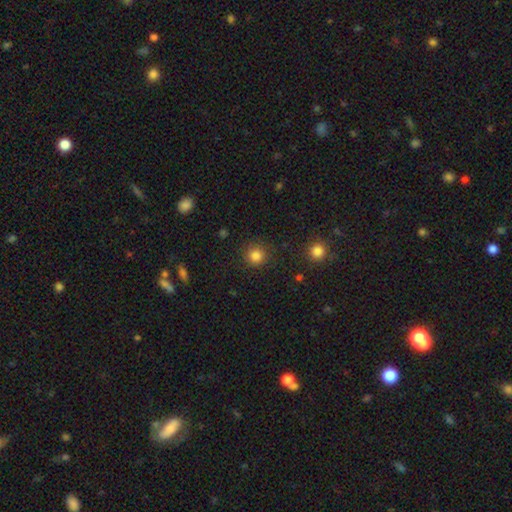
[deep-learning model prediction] A smooth galaxy with no disk features (84%) that is round (93%).

Vote fractions:
- Smooth or featured? smooth: 84% / star or artifact: 12% / featured or disk: 4%
- How rounded? round: 93% / in between: 6% / cigar-shaped: 1%
- Merging? none: 88% / minor disturbance: 7% / major disturbance: 3% / merger: 2%